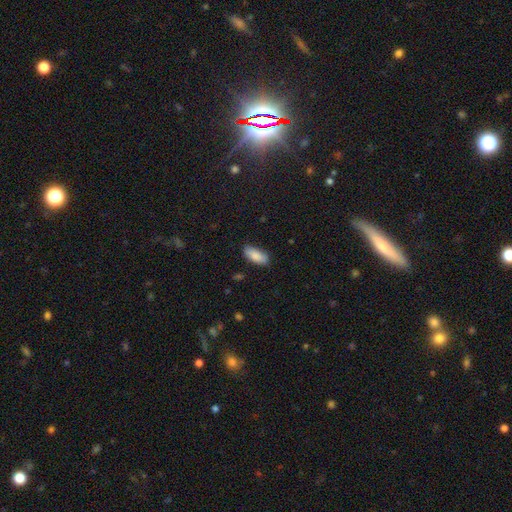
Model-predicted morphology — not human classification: type=smooth (88%); roundness=in between (83%); merging=none (83%).